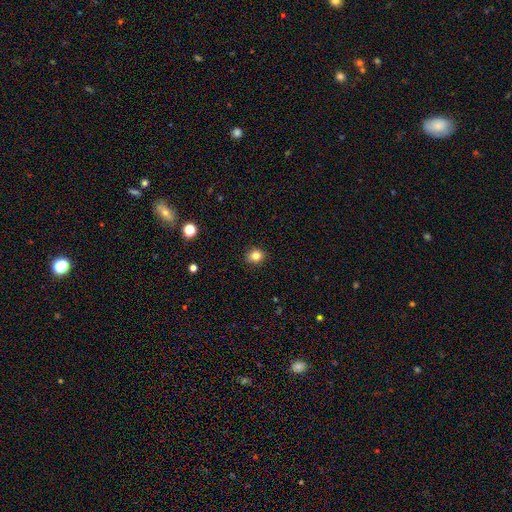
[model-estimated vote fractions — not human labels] smooth_or_featured: smooth (p=0.83) [alt: star or artifact p=0.12]
how_rounded: round (p=0.74) [alt: in between p=0.25]
merging: none (p=0.90) [alt: minor disturbance p=0.07]